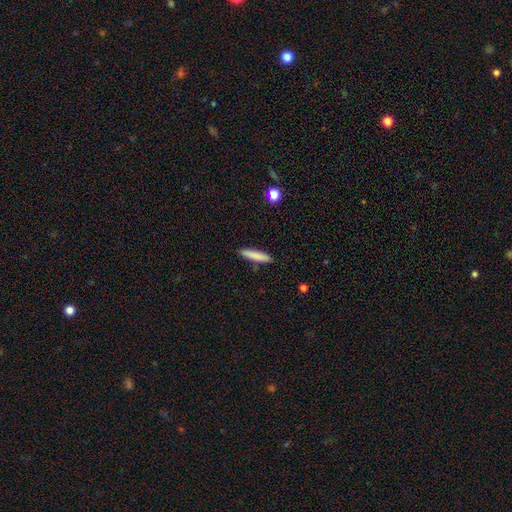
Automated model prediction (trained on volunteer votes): A smooth galaxy with no disk features (83%) that is cigar-shaped (89%).

Vote fractions:
- Smooth or featured? smooth: 83% / featured or disk: 10% / star or artifact: 6%
- How rounded? cigar-shaped: 89% / in between: 10% / round: 1%
- Merging? none: 90% / minor disturbance: 7% / major disturbance: 2% / merger: 1%